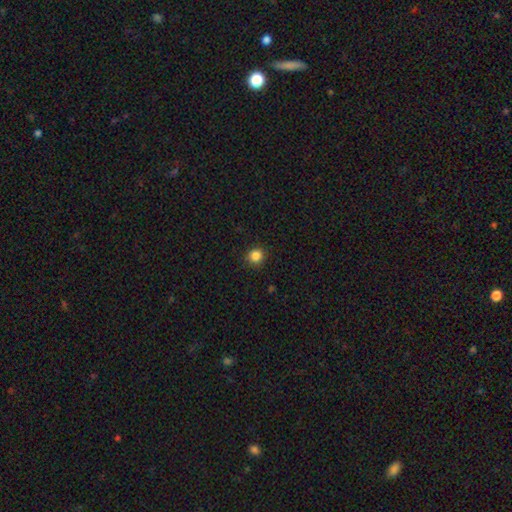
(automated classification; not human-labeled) Q: Smooth or featured?
A: smooth (85%); runner-up: star or artifact (12%)
Q: How rounded?
A: round (91%); runner-up: in between (8%)
Q: Merging?
A: none (91%); runner-up: minor disturbance (6%)